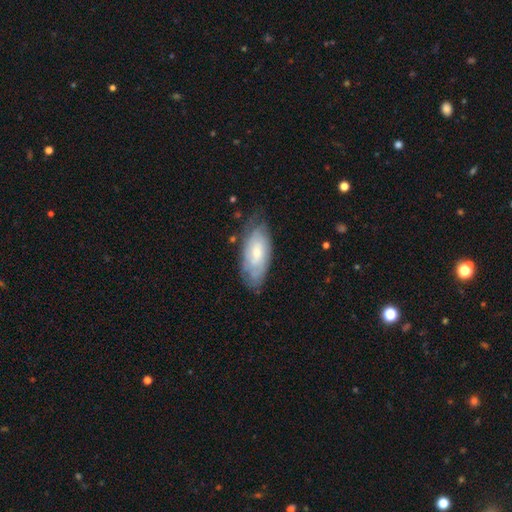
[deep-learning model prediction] smooth_or_featured: featured or disk (p=0.54) [alt: smooth p=0.37]
disk_edge_on: no (p=0.83) [alt: yes p=0.17]
merging: none (p=0.75) [alt: minor disturbance p=0.19]